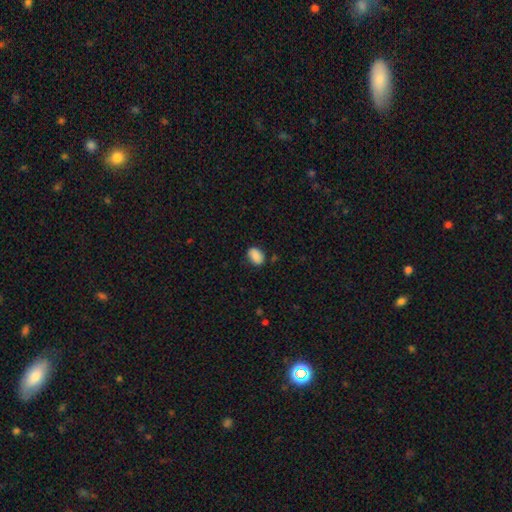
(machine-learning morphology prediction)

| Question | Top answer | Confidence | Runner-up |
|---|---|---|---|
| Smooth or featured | smooth | 88% | star or artifact (8%) |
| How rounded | in between | 83% | round (16%) |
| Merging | none | 80% | minor disturbance (15%) |